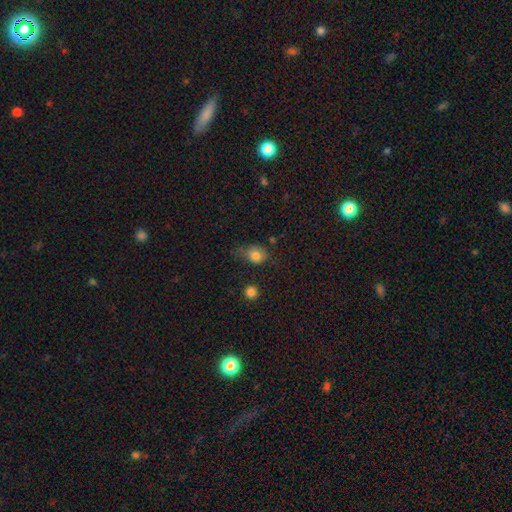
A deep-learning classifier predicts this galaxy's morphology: The model was most divided on "how rounded": round: 54%, in between: 44%, cigar-shaped: 2%. Remaining: smooth or featured — smooth (80%); merging — none (47%).